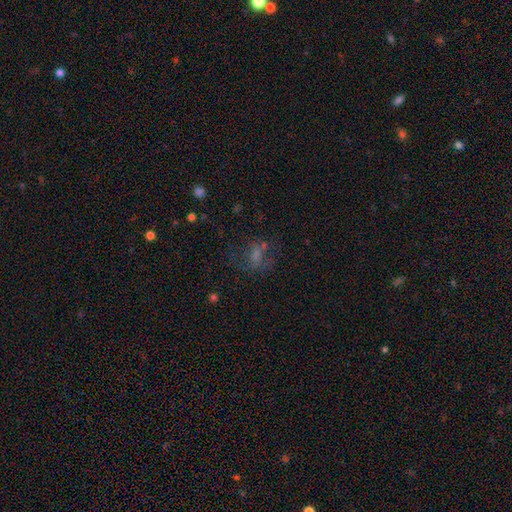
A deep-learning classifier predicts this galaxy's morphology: Smooth or featured? smooth (34%)
Merging? none (54%)